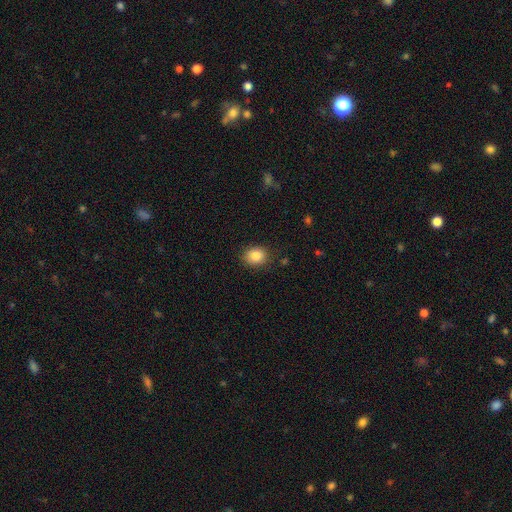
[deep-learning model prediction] This is clearly a smooth galaxy (86%). How rounded: likely round (63%). Merging: clearly none (85%).